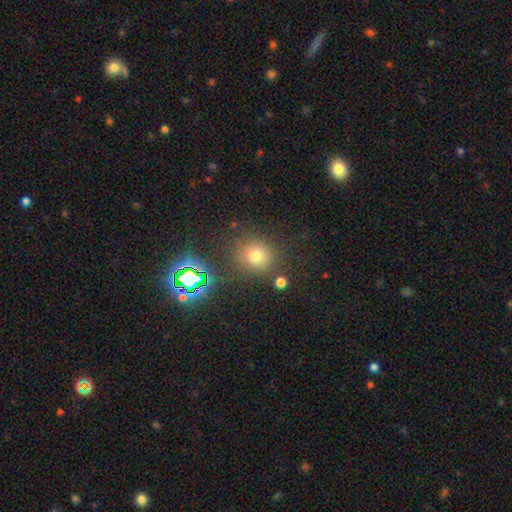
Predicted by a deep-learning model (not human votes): A smooth galaxy with no disk features (67%) that is round (84%).

Vote fractions:
- Smooth or featured? smooth: 67% / star or artifact: 25% / featured or disk: 9%
- How rounded? round: 84% / in between: 15% / cigar-shaped: 1%
- Merging? none: 80% / minor disturbance: 10% / merger: 5% / major disturbance: 5%